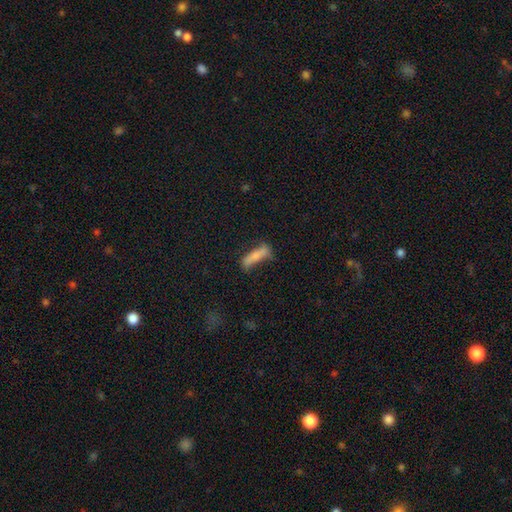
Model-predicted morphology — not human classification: The model was most divided on "merging": none: 57%, minor disturbance: 27%, major disturbance: 11%, merger: 5%. More confident: smooth or featured — smooth (73%); how rounded — cigar-shaped (72%).